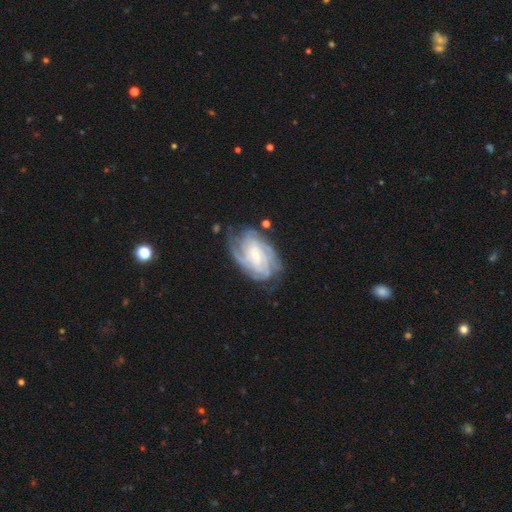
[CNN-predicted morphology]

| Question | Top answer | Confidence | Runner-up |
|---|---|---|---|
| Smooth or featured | featured or disk | 88% | smooth (7%) |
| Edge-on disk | no | 97% | yes (3%) |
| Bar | no | 53% | weak (36%) |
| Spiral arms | yes | 97% | no (3%) |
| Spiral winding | tight | 69% | medium (25%) |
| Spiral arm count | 4 | 29% | can't tell (28%) |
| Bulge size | small | 71% | moderate (25%) |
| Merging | none | 69% | minor disturbance (20%) |